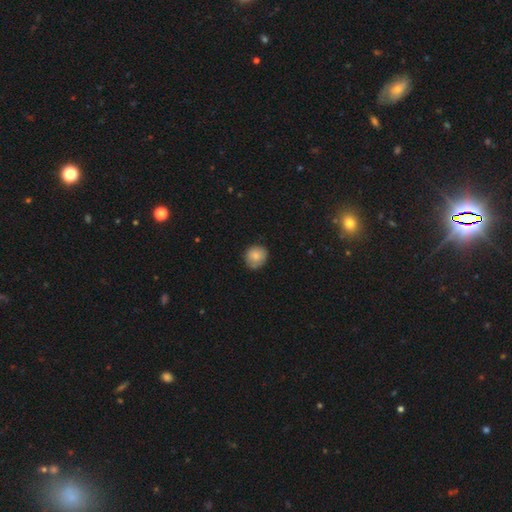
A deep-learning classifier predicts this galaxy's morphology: Q: Smooth or featured?
A: smooth (82%); runner-up: featured or disk (10%)
Q: How rounded?
A: round (81%); runner-up: in between (18%)
Q: Merging?
A: none (74%); runner-up: minor disturbance (22%)